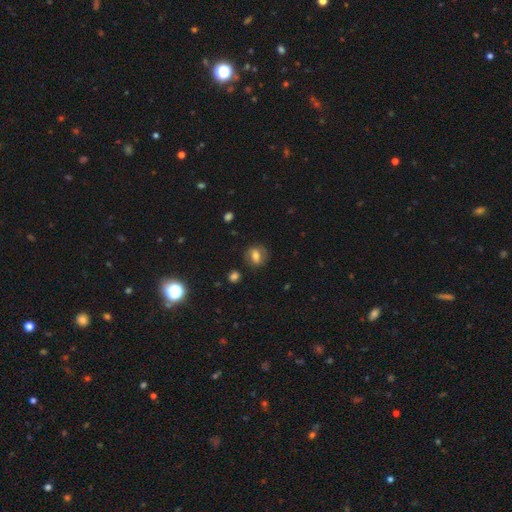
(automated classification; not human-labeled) Smooth or featured? smooth (62%)
How rounded? round (53%)
Merging? none (77%)